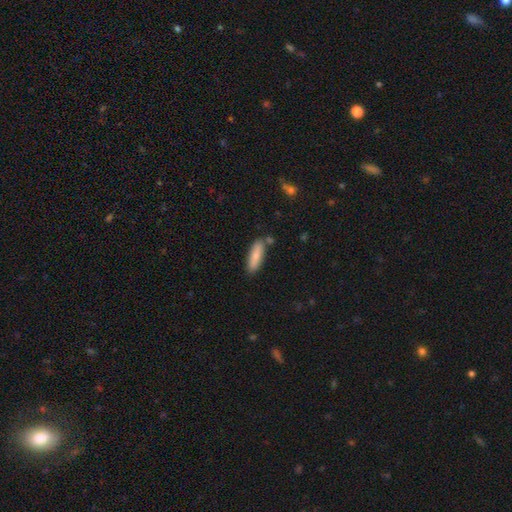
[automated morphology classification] Smooth or featured: smooth — 80% (featured or disk — 14%)
How rounded: cigar-shaped — 50% (in between — 48%)
Merging: none — 77% (minor disturbance — 14%)